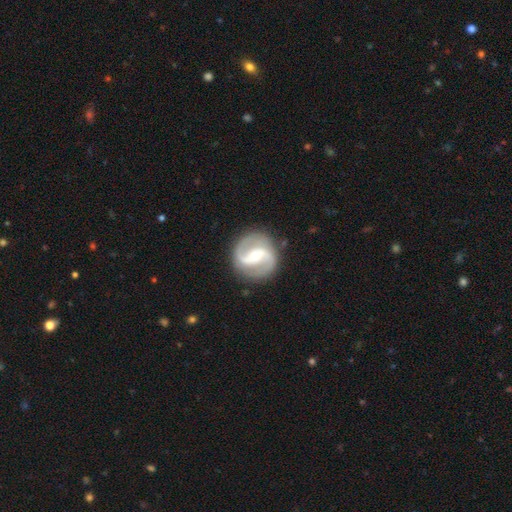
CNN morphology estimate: smooth-or-featured: featured or disk: 87% | smooth: 8% | star or artifact: 5%
  disk-edge-on: no: 98% | yes: 2%
    bar: strong: 41% | weak: 39% | no: 19%
    has-spiral-arms: yes: 95% | no: 5%
      spiral-winding: medium: 52% | loose: 28% | tight: 20%
      spiral-arm-count: 2: 93% | can't tell: 3% | 1: 2% | 3: 1% | 4: 1% | more than 4: 1%
    bulge-size: moderate: 49% | small: 47% | large: 2% | none: 1% | dominant: 1%
  merging: none: 86% | minor disturbance: 10% | major disturbance: 3% | merger: 1%